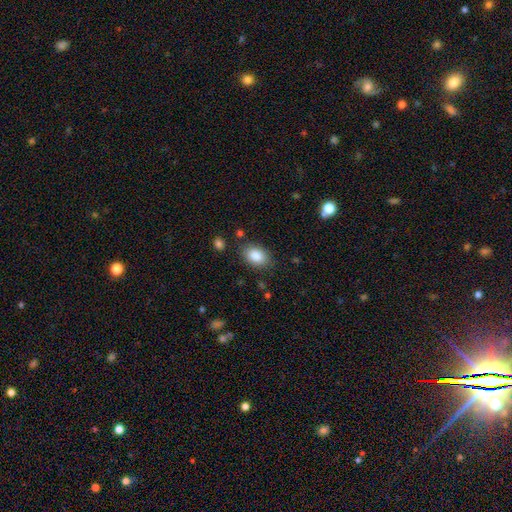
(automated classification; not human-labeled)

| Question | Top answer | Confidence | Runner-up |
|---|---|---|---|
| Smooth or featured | smooth | 85% | star or artifact (8%) |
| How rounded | in between | 81% | round (18%) |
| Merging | none | 83% | minor disturbance (11%) |